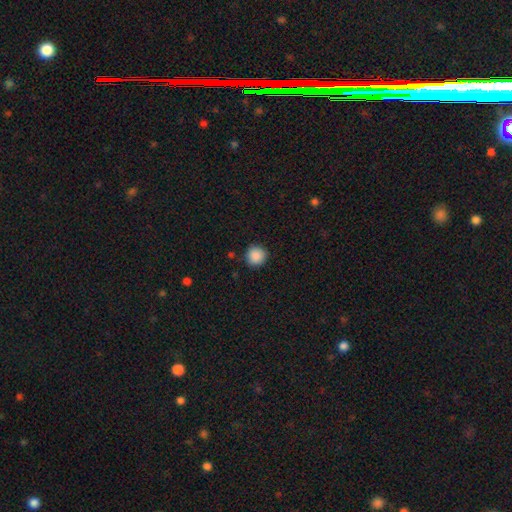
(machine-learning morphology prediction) A smooth galaxy with no disk features (89%) that is round (94%).

Vote fractions:
- Smooth or featured? smooth: 89% / star or artifact: 9% / featured or disk: 3%
- How rounded? round: 94% / in between: 5% / cigar-shaped: 1%
- Merging? none: 90% / minor disturbance: 7% / major disturbance: 2% / merger: 1%